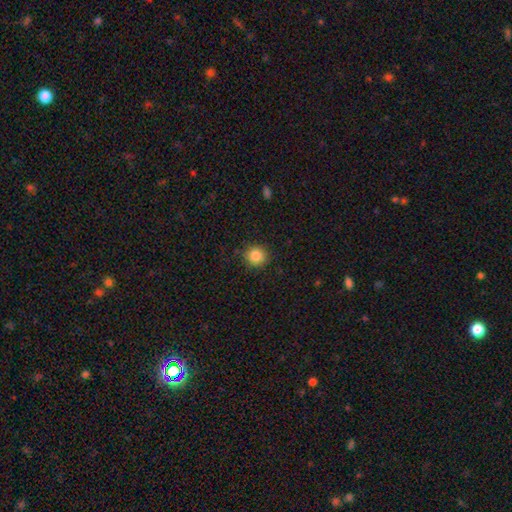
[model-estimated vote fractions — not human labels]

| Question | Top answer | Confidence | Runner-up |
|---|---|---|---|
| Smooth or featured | smooth | 85% | star or artifact (10%) |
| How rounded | round | 92% | in between (7%) |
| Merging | none | 88% | minor disturbance (8%) |